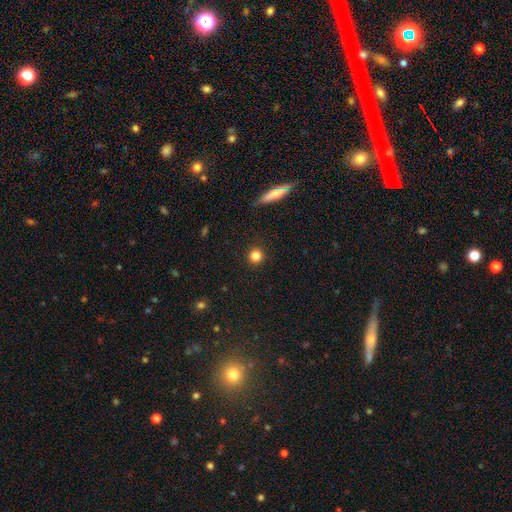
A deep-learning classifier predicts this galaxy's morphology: Smooth or featured? Predicted: smooth (p=0.82). How rounded? Predicted: round (p=0.94). Merging? Predicted: none (p=0.92).